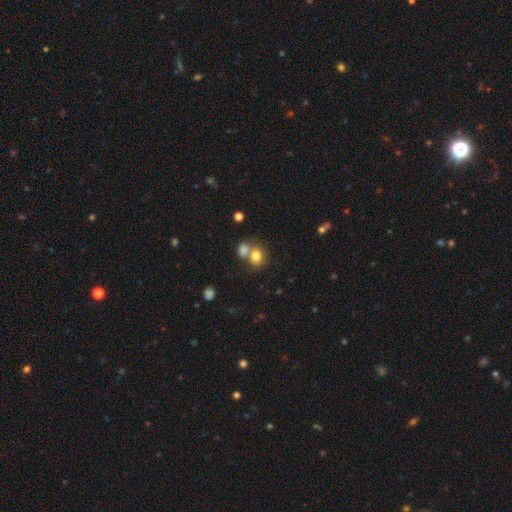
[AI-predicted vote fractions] Q: Smooth or featured?
A: smooth (79%); runner-up: star or artifact (11%)
Q: How rounded?
A: round (60%); runner-up: in between (39%)
Q: Merging?
A: merger (45%); runner-up: none (41%)